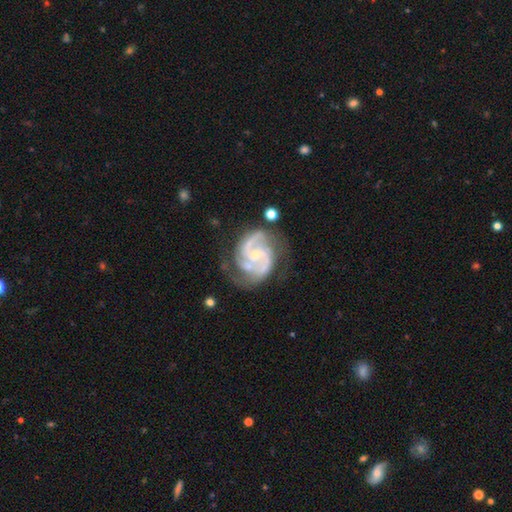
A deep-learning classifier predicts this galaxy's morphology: Q: Smooth or featured?
A: featured or disk (92%); runner-up: star or artifact (5%)
Q: Edge-on disk?
A: no (98%); runner-up: yes (2%)
Q: Bar?
A: no (59%); runner-up: weak (32%)
Q: Spiral arms?
A: yes (98%); runner-up: no (2%)
Q: Spiral winding?
A: medium (52%); runner-up: tight (39%)
Q: Spiral arm count?
A: 2 (60%); runner-up: 3 (25%)
Q: Bulge size?
A: small (71%); runner-up: moderate (24%)
Q: Merging?
A: none (66%); runner-up: minor disturbance (21%)